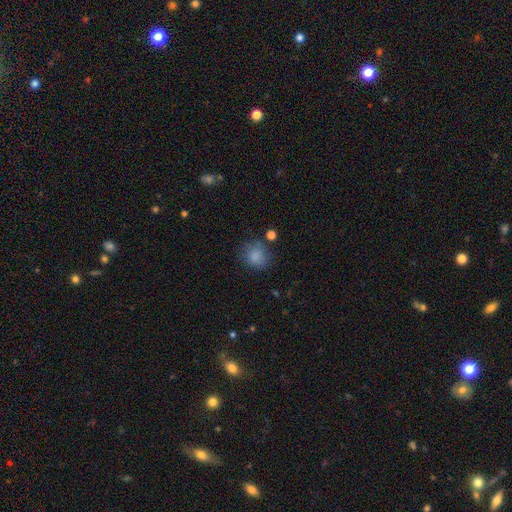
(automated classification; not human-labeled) A smooth galaxy with no disk features (82%) that is round (72%). Merging: none (66%).